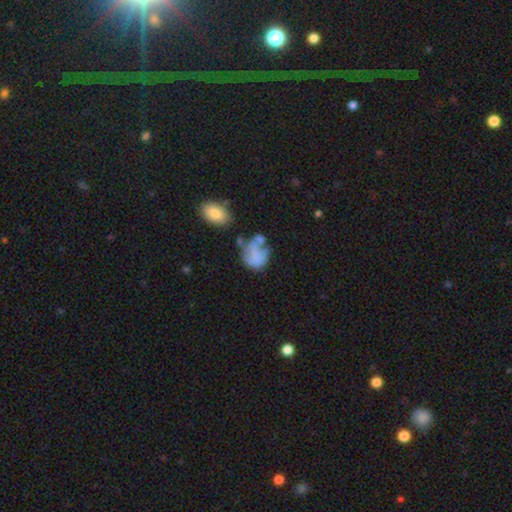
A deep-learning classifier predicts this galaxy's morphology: Overall: smooth (55%; featured or disk 33%). How rounded: in between (50%; round 49%). Merging: major disturbance (30%; none 28%).